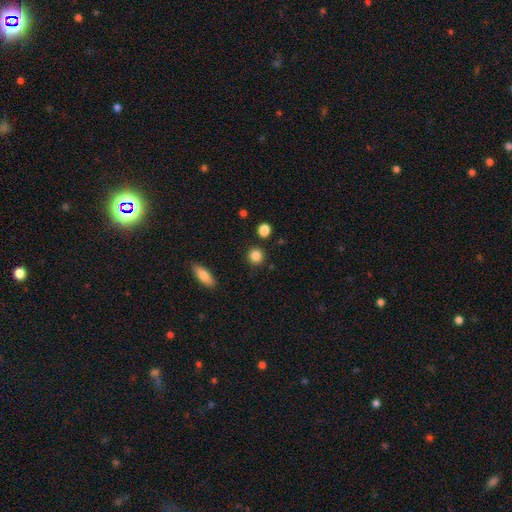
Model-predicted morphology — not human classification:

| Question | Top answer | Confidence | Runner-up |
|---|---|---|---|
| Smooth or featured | smooth | 85% | star or artifact (10%) |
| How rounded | round | 90% | in between (9%) |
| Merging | none | 88% | minor disturbance (6%) |